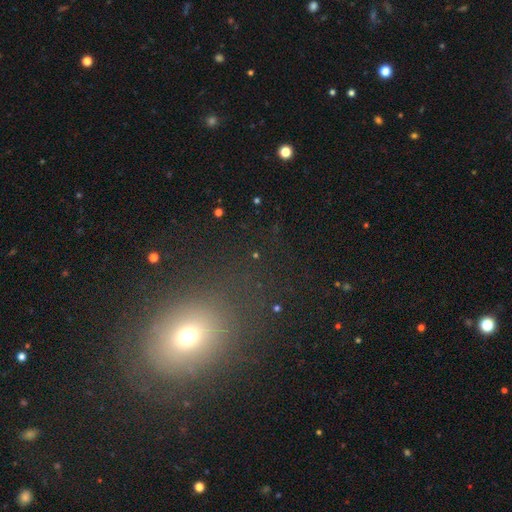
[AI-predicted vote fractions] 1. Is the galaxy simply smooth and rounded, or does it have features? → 50% star or artifact, 37% smooth, 13% featured or disk.